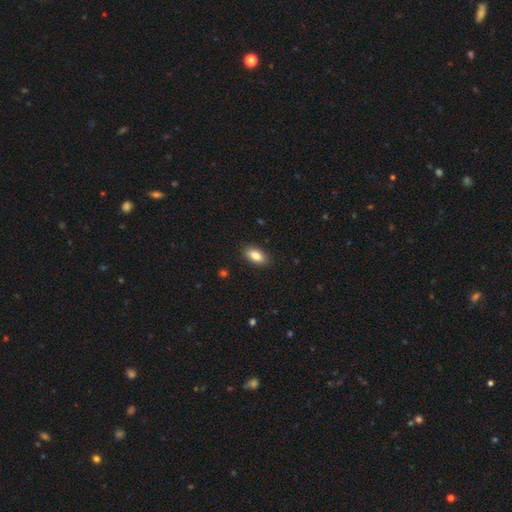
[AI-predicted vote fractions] Smooth or featured?
  - smooth: 85% *
  - featured or disk: 8%
  - star or artifact: 7%
How rounded?
  - in between: 91% *
  - round: 5%
  - cigar-shaped: 4%
Merging?
  - none: 88% *
  - minor disturbance: 8%
  - major disturbance: 2%
  - merger: 1%